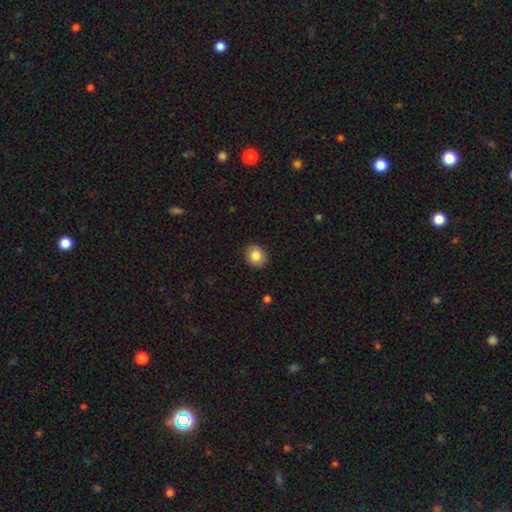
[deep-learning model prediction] Smooth or featured? smooth (83%)
How rounded? round (68%)
Merging? none (90%)